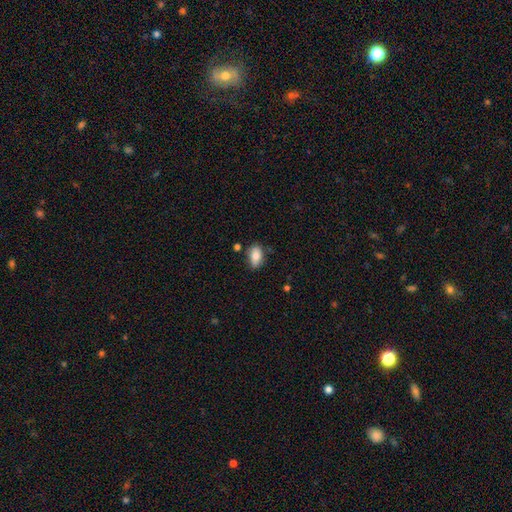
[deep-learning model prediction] A smooth galaxy with no disk features (80%) that is in between round and cigar-shaped (91%).

Vote fractions:
- Smooth or featured? smooth: 80% / featured or disk: 12% / star or artifact: 7%
- How rounded? in between: 91% / round: 7% / cigar-shaped: 3%
- Merging? none: 72% / minor disturbance: 19% / merger: 5% / major disturbance: 4%